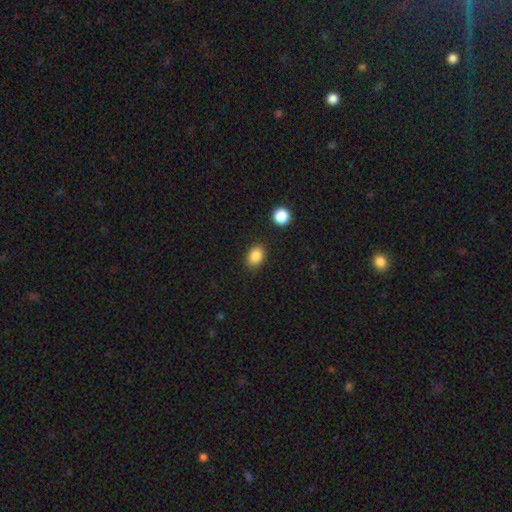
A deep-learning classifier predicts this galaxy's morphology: Smooth or featured? Predicted: smooth (p=0.85). How rounded? Predicted: in between (p=0.68). Merging? Predicted: none (p=0.85).